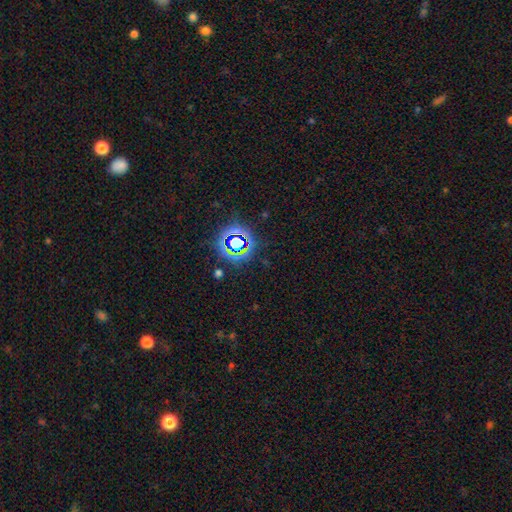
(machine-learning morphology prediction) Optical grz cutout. It shows a star or artifact, not a galaxy (78%).